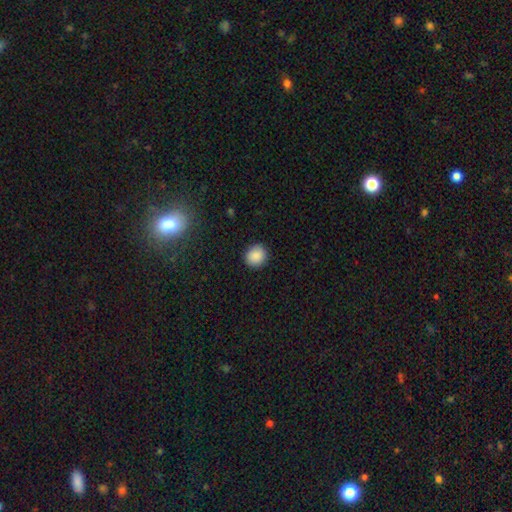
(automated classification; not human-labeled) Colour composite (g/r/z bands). It shows a smooth galaxy with no disk features (88%) that is round (84%). Merging: none (90%).